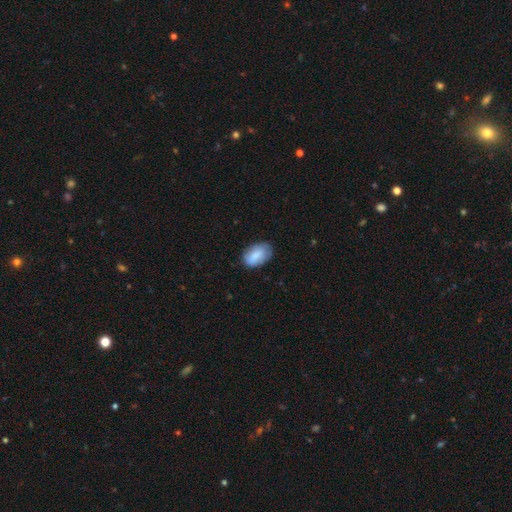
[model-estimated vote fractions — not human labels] smooth 81%, featured or disk 13%, star or artifact 6%. Down the decision tree: how rounded — in between (91%); merging — none (71%).